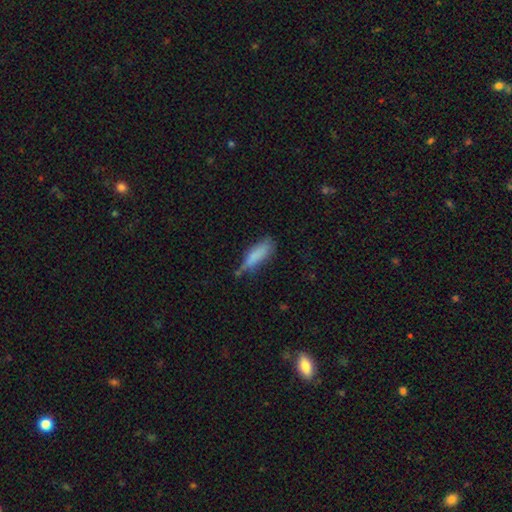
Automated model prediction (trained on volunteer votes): A smooth galaxy with no disk features (79%) that is cigar-shaped (56%). Merging: none (49%).